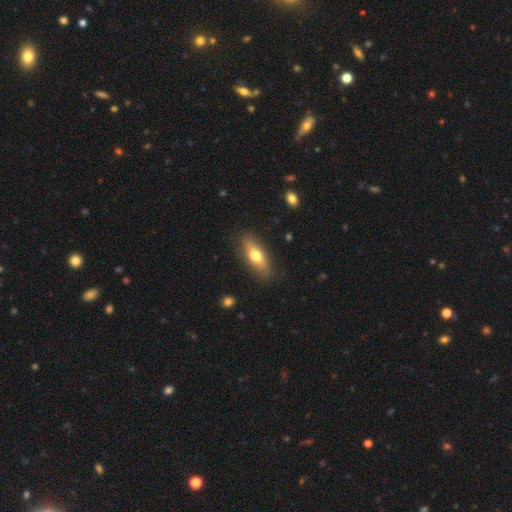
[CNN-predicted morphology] smooth 64%, featured or disk 30%, star or artifact 6%. Down the decision tree: how rounded — in between (63%); merging — none (85%).